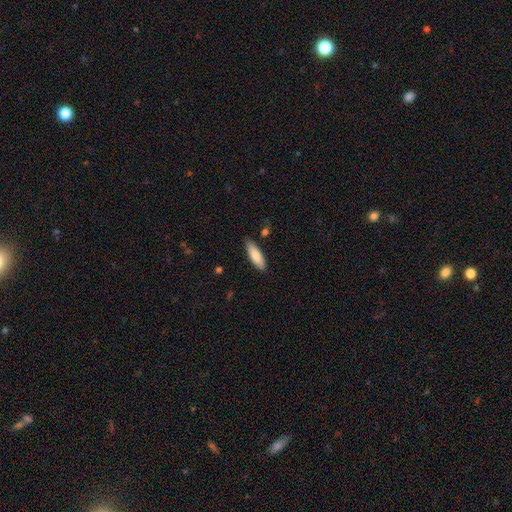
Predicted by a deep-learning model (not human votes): A smooth galaxy with no disk features (84%) that is in between round and cigar-shaped (51%).

Vote fractions:
- Smooth or featured? smooth: 84% / featured or disk: 10% / star or artifact: 6%
- How rounded? in between: 51% / cigar-shaped: 47% / round: 2%
- Merging? none: 86% / minor disturbance: 10% / major disturbance: 2% / merger: 2%